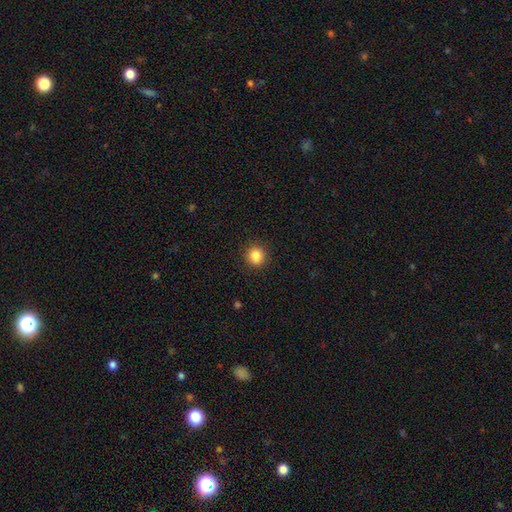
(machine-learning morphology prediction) smooth_or_featured: smooth (p=0.86) [alt: star or artifact p=0.10]
how_rounded: round (p=0.85) [alt: in between p=0.14]
merging: none (p=0.90) [alt: minor disturbance p=0.06]